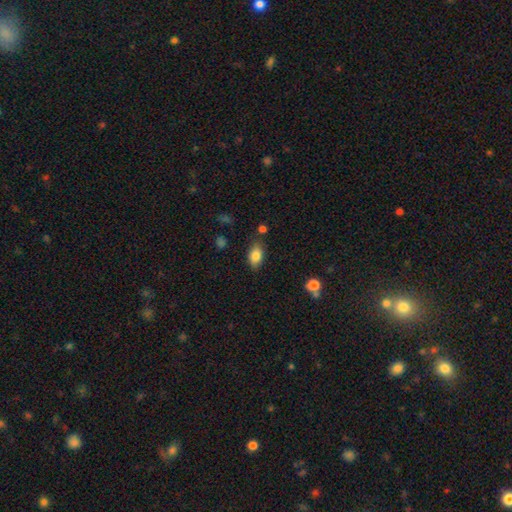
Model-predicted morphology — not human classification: This appears to be a smooth galaxy with no disk features (83%) that is in between round and cigar-shaped (89%). Merging: none (80%).